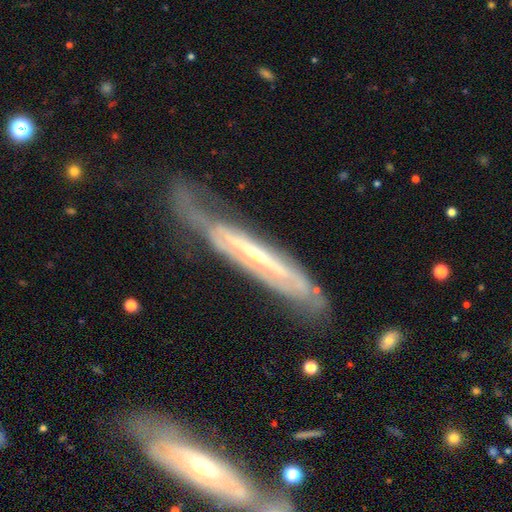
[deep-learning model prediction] Q: Smooth or featured?
A: featured or disk (82%); runner-up: smooth (11%)
Q: Edge-on disk?
A: no (54%); runner-up: yes (46%)
Q: Merging?
A: none (51%); runner-up: minor disturbance (27%)